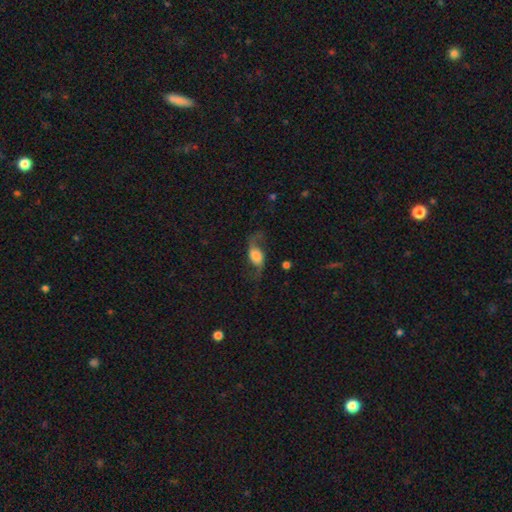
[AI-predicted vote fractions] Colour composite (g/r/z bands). It shows a featured or disk galaxy (71%) with no bar (56%), 2 (93%) loose (88%) spiral arms (93%) and a large central bulge (37%). Merging: none (67%).